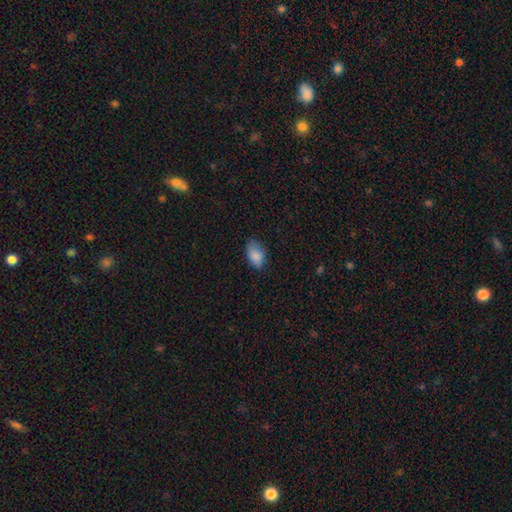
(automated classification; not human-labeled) The model was most divided on "merging": none: 72%, minor disturbance: 23%, major disturbance: 4%, merger: 1%. More confident: how rounded — in between (90%); smooth or featured — smooth (86%).